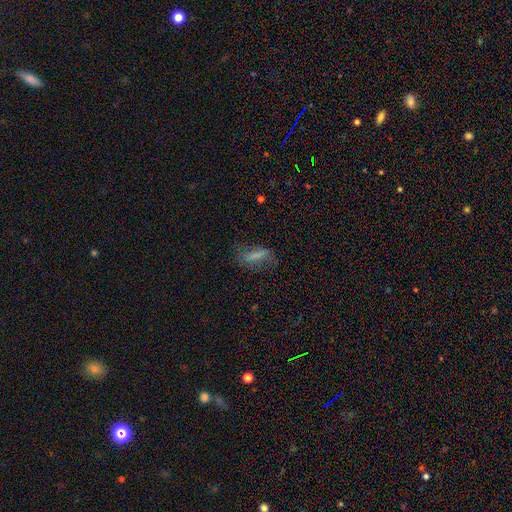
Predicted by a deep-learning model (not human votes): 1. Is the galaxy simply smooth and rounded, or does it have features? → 63% smooth, 26% featured or disk, 11% star or artifact.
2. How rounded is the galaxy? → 52% in between, 44% cigar-shaped, 4% round.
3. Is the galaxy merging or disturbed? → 62% none, 22% minor disturbance, 14% major disturbance, 2% merger.